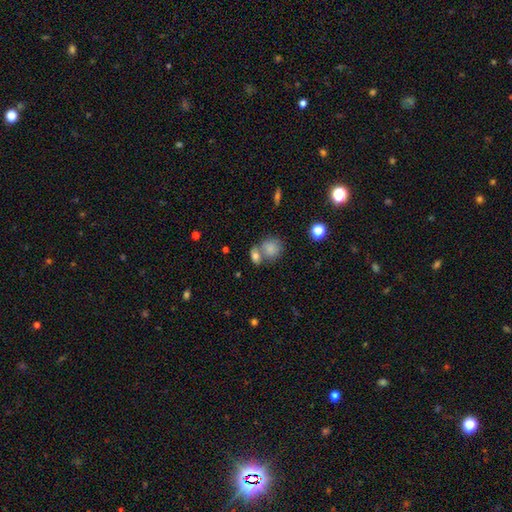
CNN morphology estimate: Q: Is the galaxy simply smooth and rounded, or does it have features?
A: smooth — 77%.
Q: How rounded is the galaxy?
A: in between — 57%.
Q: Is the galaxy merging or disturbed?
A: merger — 43%.